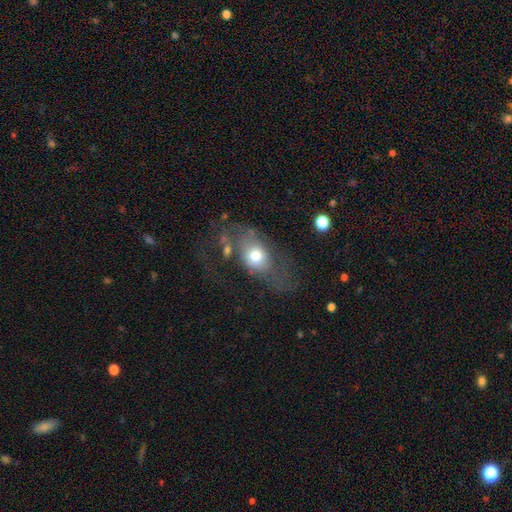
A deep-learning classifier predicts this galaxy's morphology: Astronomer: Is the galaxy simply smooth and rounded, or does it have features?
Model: smooth — 62%.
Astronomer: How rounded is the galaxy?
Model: in between — 68%.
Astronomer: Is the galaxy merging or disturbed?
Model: major disturbance — 44% (runner-up: none, 30%).